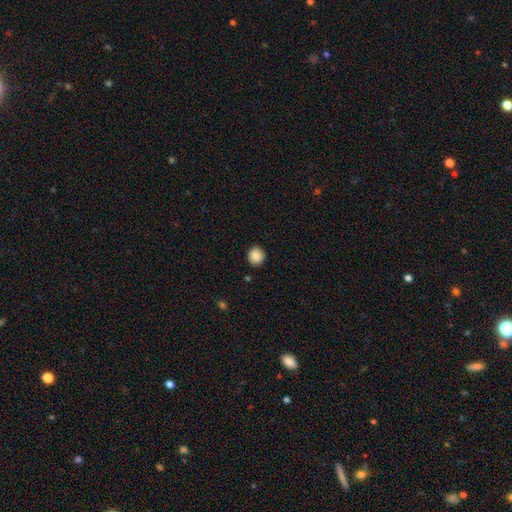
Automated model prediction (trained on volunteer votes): A smooth galaxy with no disk features (88%) that is round (88%). Merging: none (89%).